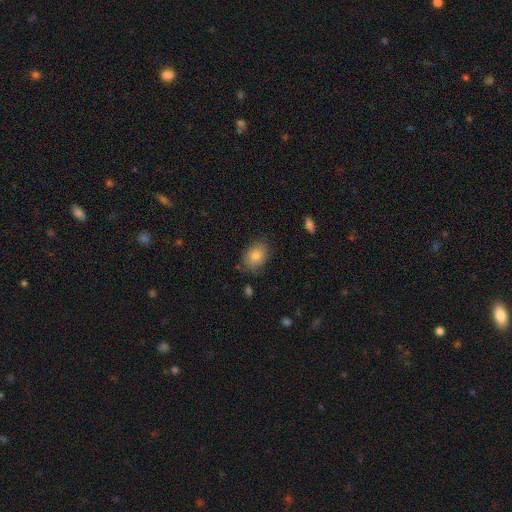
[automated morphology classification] Overall: smooth (80%). How rounded: in between (68%; round 30%). Merging: none (79%).